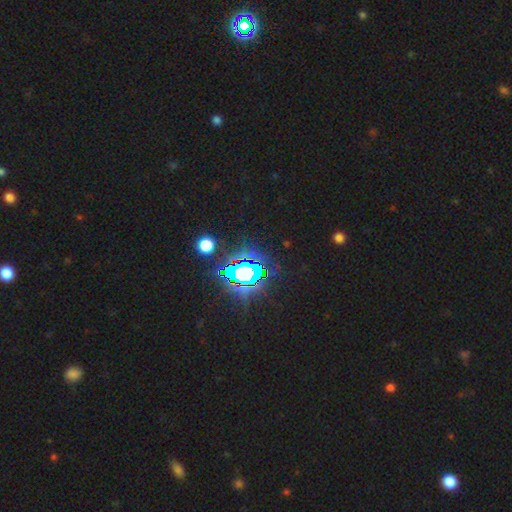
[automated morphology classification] star or artifact 82%, smooth 12%, featured or disk 7%.